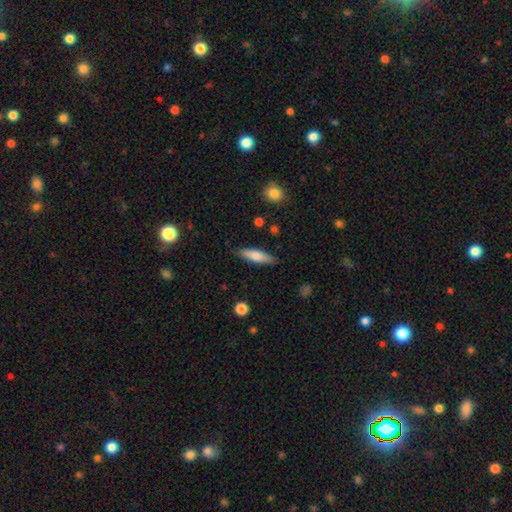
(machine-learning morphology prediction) Q: Smooth or featured?
A: smooth (66%); runner-up: featured or disk (28%)
Q: How rounded?
A: cigar-shaped (68%); runner-up: in between (30%)
Q: Merging?
A: none (86%); runner-up: minor disturbance (10%)